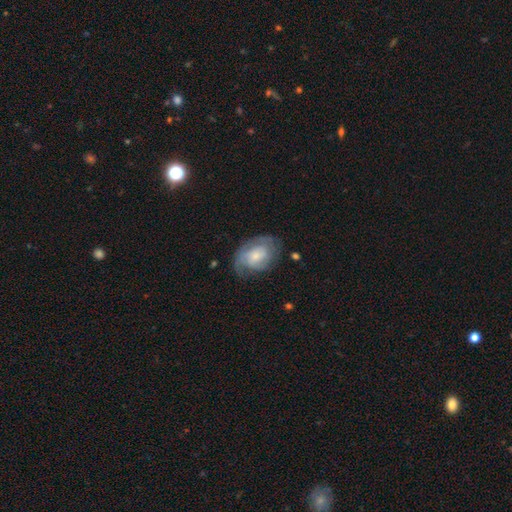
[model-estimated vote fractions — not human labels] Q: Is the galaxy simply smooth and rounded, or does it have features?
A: featured or disk — 61%.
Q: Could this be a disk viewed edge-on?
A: no — 96%.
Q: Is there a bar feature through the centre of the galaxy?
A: no — 68%.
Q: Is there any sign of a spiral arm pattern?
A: yes — 82%.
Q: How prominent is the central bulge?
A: small — 49%.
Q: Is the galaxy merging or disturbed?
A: none — 60%.